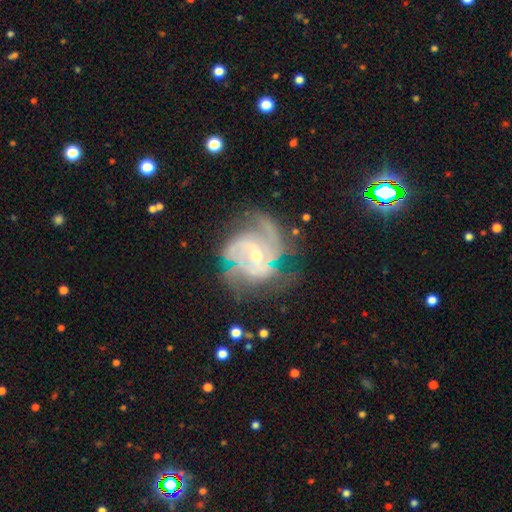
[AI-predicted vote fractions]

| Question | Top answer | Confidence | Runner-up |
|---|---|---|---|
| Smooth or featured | featured or disk | 87% | smooth (7%) |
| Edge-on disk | no | 97% | yes (3%) |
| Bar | weak | 45% | no (42%) |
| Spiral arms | yes | 94% | no (6%) |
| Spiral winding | tight | 45% | medium (41%) |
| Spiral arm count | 2 | 35% | can't tell (26%) |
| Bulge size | small | 53% | moderate (43%) |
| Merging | none | 56% | minor disturbance (23%) |